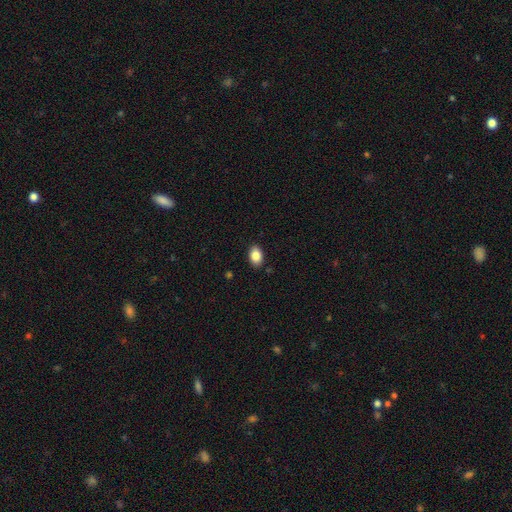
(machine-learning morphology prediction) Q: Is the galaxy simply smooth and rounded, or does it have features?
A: smooth — 86%.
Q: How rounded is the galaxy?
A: in between — 85%.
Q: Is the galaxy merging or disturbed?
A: none — 88%.